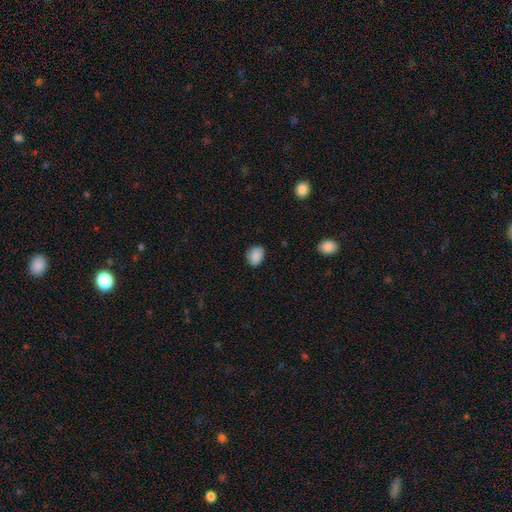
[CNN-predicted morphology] Smooth or featured: smooth — 88% (star or artifact — 8%)
How rounded: in between — 54% (round — 45%)
Merging: none — 78% (minor disturbance — 18%)